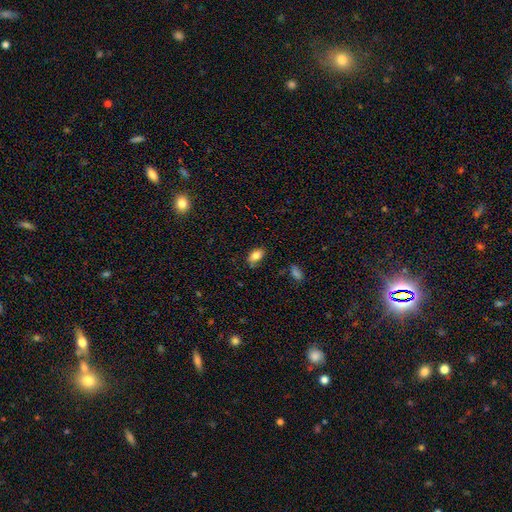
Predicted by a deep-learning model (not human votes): This is clearly a smooth galaxy (82%). How rounded: clearly in between (90%). Merging: likely none (74%).